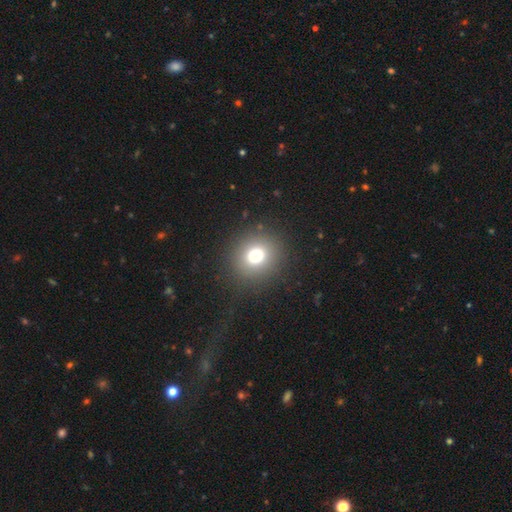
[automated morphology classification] This appears to be a smooth galaxy with no disk features (74%) that is round (88%). Merging: none (88%).